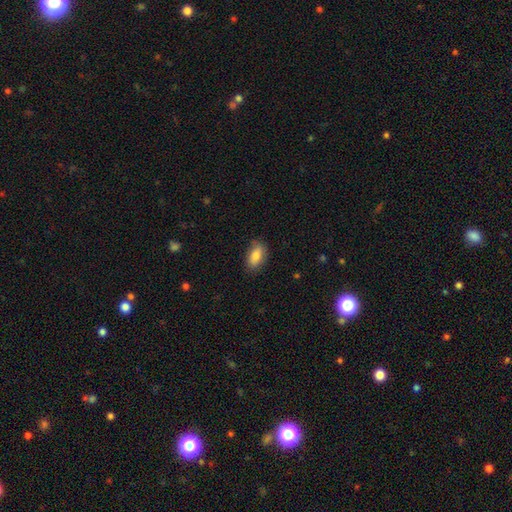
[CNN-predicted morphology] smooth-or-featured: smooth: 83% | featured or disk: 10% | star or artifact: 7%
  how-rounded: in between: 90% | round: 5% | cigar-shaped: 5%
  merging: none: 80% | minor disturbance: 16% | major disturbance: 3% | merger: 1%